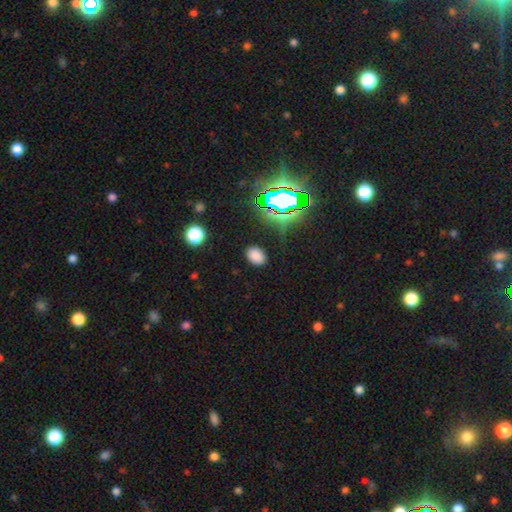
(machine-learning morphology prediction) smooth-or-featured: smooth: 75% | star or artifact: 19% | featured or disk: 6%
  how-rounded: in between: 81% | round: 18% | cigar-shaped: 1%
  merging: none: 85% | minor disturbance: 10% | major disturbance: 3% | merger: 1%